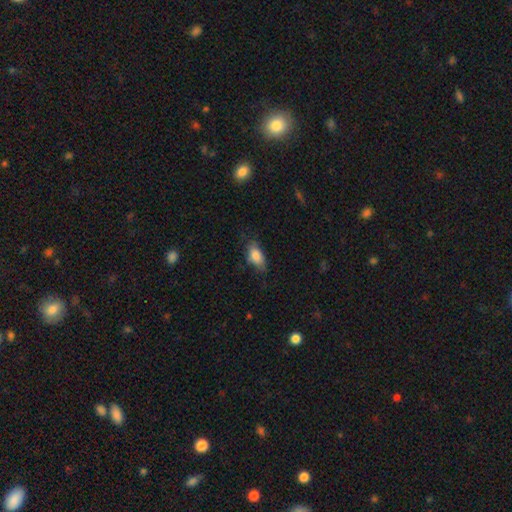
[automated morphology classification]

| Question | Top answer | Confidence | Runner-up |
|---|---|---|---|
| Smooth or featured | smooth | 82% | featured or disk (11%) |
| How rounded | in between | 88% | cigar-shaped (8%) |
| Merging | none | 67% | minor disturbance (25%) |